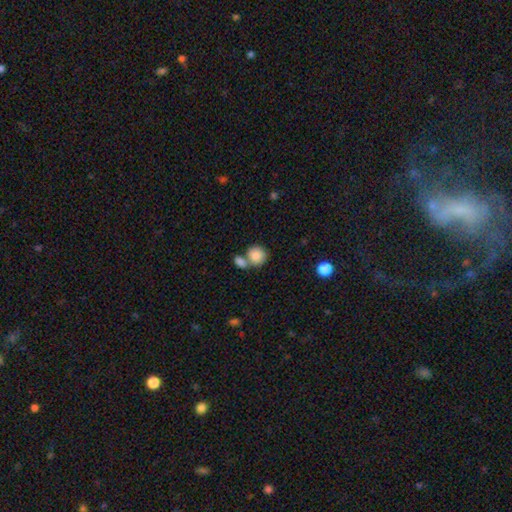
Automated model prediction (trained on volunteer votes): The model was most divided on "merging": none: 45%, merger: 43%, minor disturbance: 9%, major disturbance: 4%. More confident: smooth or featured — smooth (85%); how rounded — round (83%).